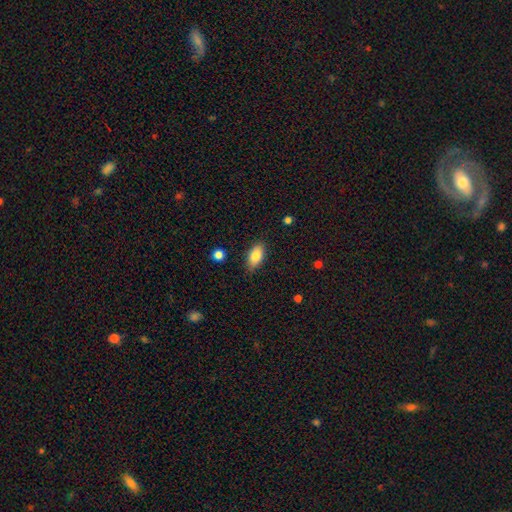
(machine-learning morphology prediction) smooth 83%, featured or disk 9%, star or artifact 7%. Down the decision tree: how rounded — in between (90%); merging — none (85%).